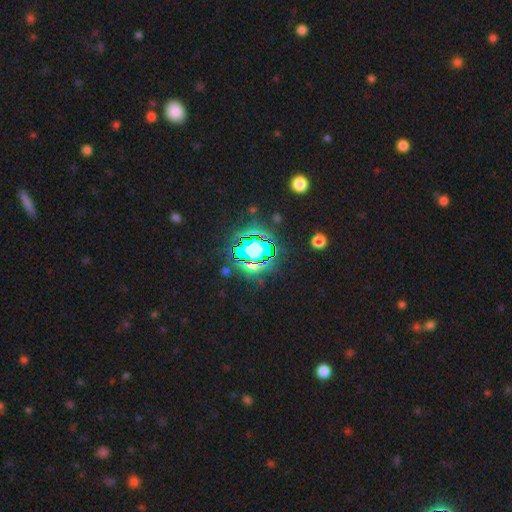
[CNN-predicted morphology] star or artifact 85%, smooth 9%, featured or disk 6%.